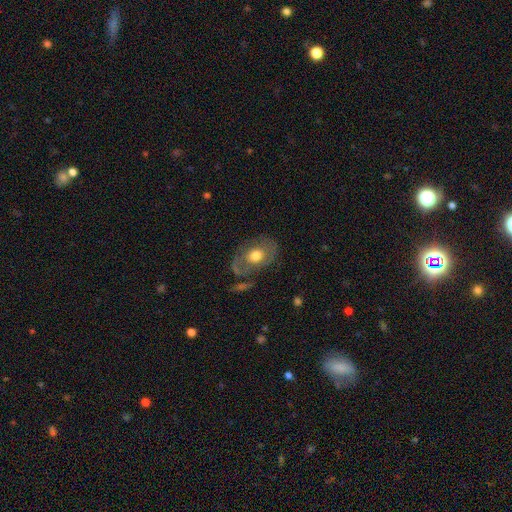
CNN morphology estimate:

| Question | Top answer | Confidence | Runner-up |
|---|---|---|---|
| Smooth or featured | featured or disk | 50% | smooth (42%) |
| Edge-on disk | no | 93% | yes (7%) |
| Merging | none | 64% | minor disturbance (19%) |